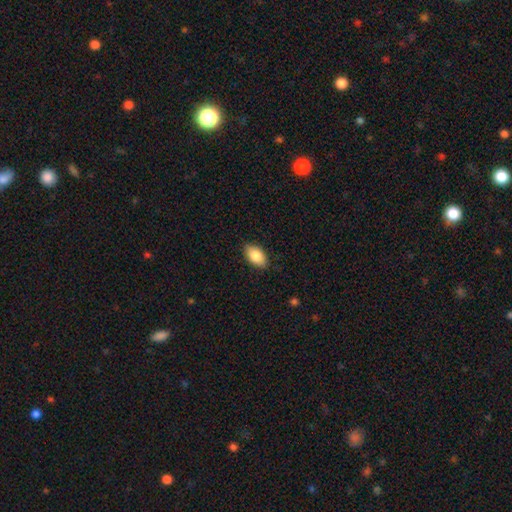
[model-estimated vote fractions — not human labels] A smooth galaxy with no disk features (87%) that is in between round and cigar-shaped (93%). Merging: none (85%).